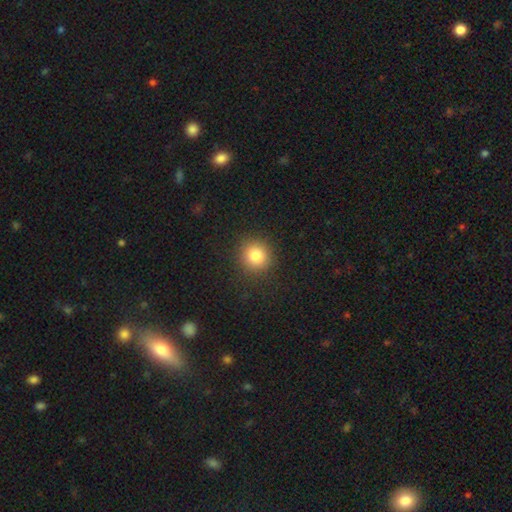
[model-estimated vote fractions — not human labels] smooth-or-featured: smooth: 82% | star or artifact: 12% | featured or disk: 6%
  how-rounded: round: 90% | in between: 9% | cigar-shaped: 1%
  merging: none: 90% | minor disturbance: 6% | major disturbance: 3% | merger: 1%